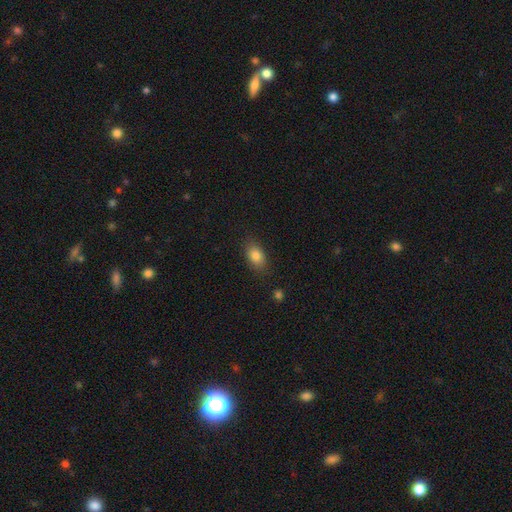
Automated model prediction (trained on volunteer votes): smooth_or_featured: smooth (p=0.83) [alt: star or artifact p=0.09]
how_rounded: in between (p=0.86) [alt: round p=0.11]
merging: none (p=0.83) [alt: minor disturbance p=0.12]